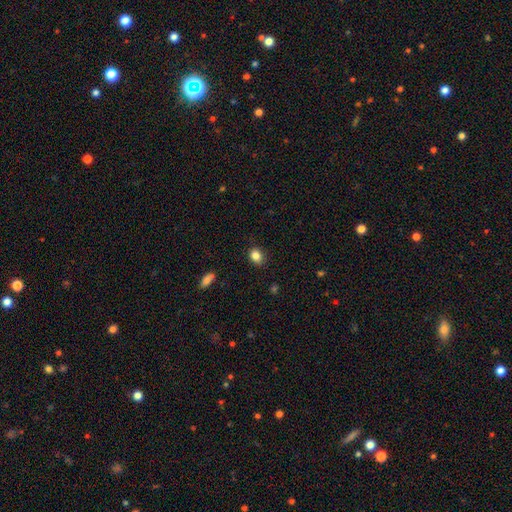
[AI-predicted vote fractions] smooth-or-featured: smooth: 85% | star or artifact: 10% | featured or disk: 5%
  how-rounded: in between: 52% | round: 47% | cigar-shaped: 1%
  merging: none: 84% | minor disturbance: 12% | major disturbance: 3% | merger: 1%